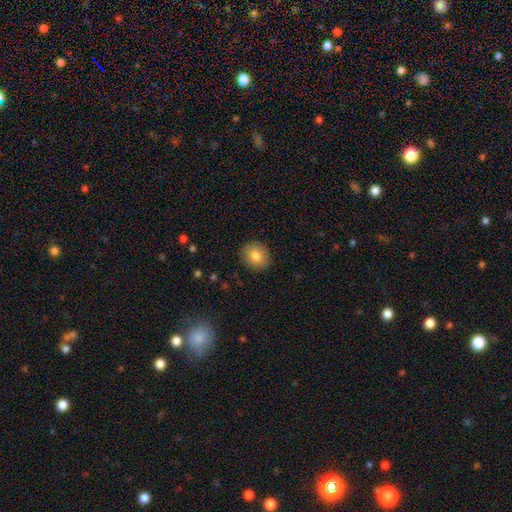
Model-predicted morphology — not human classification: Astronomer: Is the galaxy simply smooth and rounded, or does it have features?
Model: smooth — 82%.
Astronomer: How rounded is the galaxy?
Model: round — 74%.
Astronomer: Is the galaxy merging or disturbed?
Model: none — 89%.